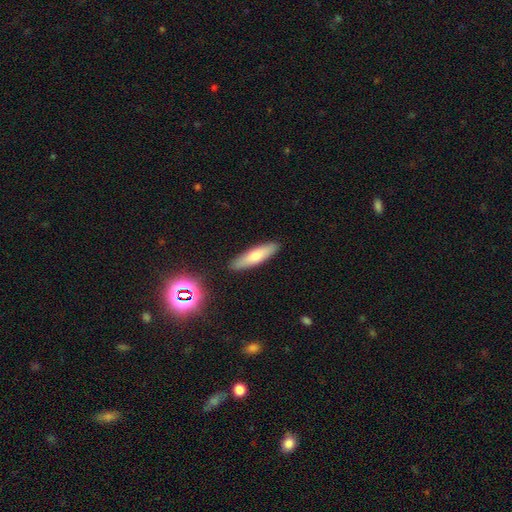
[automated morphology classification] Overall: smooth (70%). How rounded: cigar-shaped (72%). Merging: none (89%).